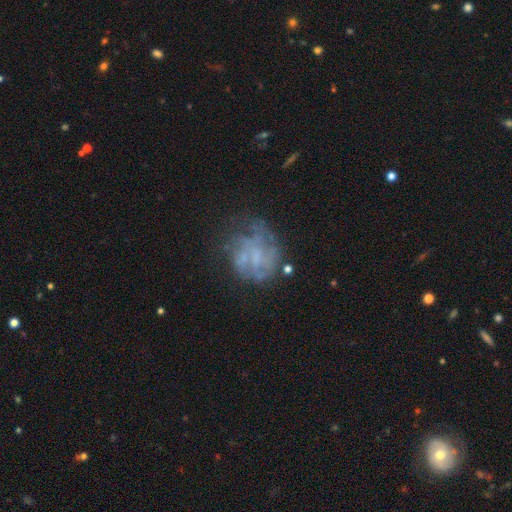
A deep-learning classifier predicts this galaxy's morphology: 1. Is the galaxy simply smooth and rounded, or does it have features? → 65% featured or disk, 22% smooth, 13% star or artifact.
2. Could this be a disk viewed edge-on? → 98% no, 2% yes.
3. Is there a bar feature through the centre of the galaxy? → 71% no, 25% weak, 4% strong.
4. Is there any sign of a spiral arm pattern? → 53% yes, 47% no.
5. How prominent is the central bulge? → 54% none, 29% small, 15% moderate, 2% large, 1% dominant.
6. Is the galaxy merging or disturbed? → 49% none, 24% major disturbance, 22% minor disturbance, 4% merger.